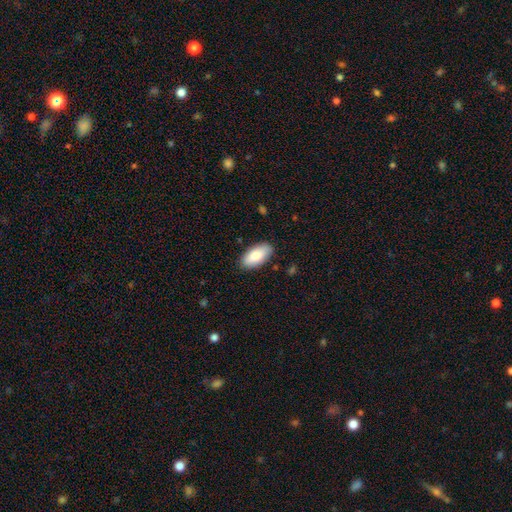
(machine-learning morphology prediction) The model was most divided on "smooth or featured": smooth: 83%, featured or disk: 11%, star or artifact: 6%. More confident: how rounded — in between (93%); merging — none (86%).